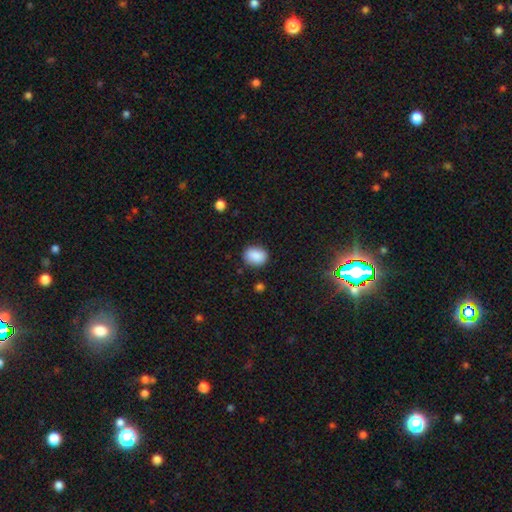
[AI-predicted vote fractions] The model was most divided on "how rounded": round: 50%, in between: 49%, cigar-shaped: 1%. More confident: smooth or featured — smooth (88%); merging — none (84%).